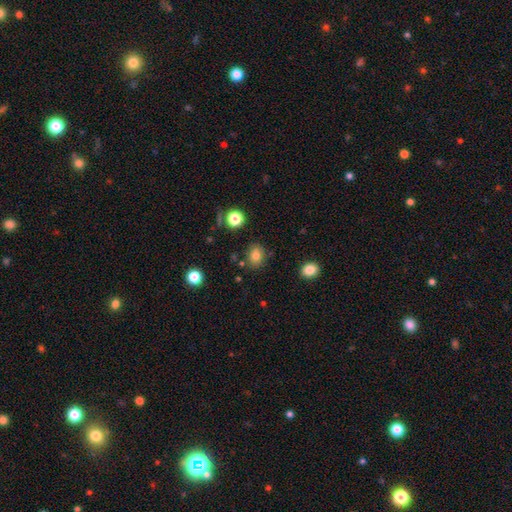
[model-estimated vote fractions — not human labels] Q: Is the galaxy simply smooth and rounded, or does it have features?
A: smooth — 79%.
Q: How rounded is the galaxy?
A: round — 53%.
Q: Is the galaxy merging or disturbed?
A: none — 80%.